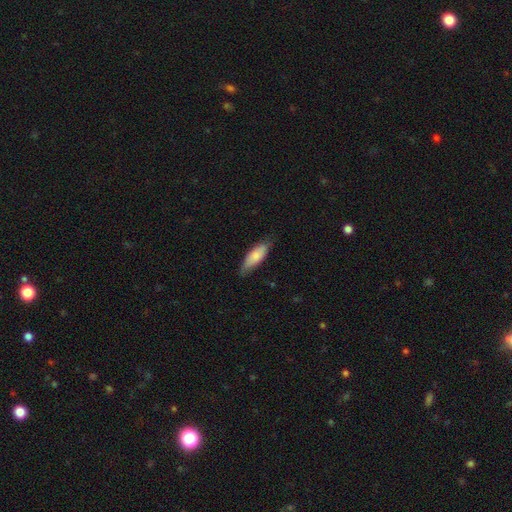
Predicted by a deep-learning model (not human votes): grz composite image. It shows a smooth galaxy with no disk features (76%) that is in between round and cigar-shaped (67%). Merging: none (70%).